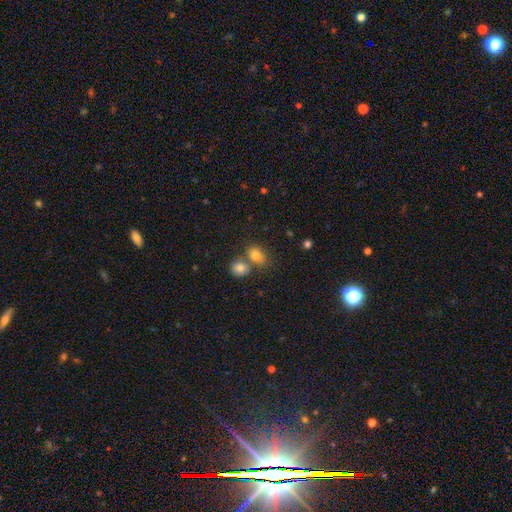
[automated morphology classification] type=smooth (80%); roundness=in between (60%); merging=none (48%).